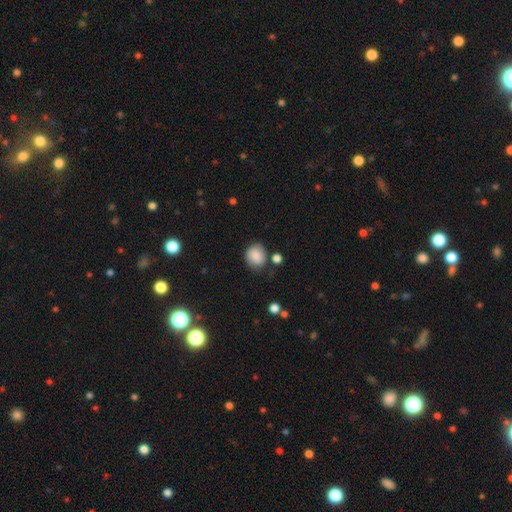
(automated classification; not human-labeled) smooth 83%, star or artifact 9%, featured or disk 8%. Down the decision tree: how rounded — round (68%); merging — none (69%).